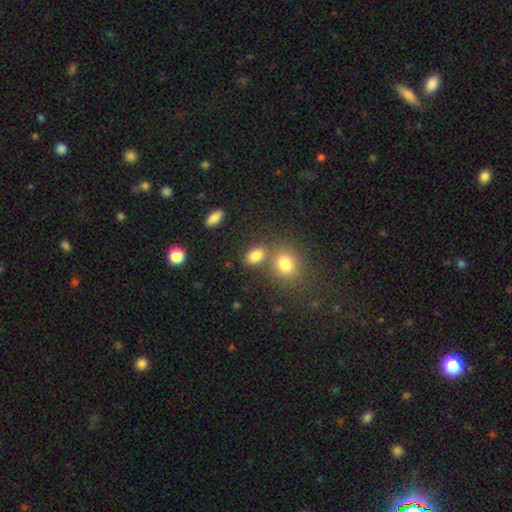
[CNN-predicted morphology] Smooth or featured?
  - smooth: 81% *
  - star or artifact: 12%
  - featured or disk: 7%
How rounded?
  - in between: 78% *
  - round: 19%
  - cigar-shaped: 2%
Merging?
  - none: 58% *
  - merger: 25%
  - minor disturbance: 12%
  - major disturbance: 5%